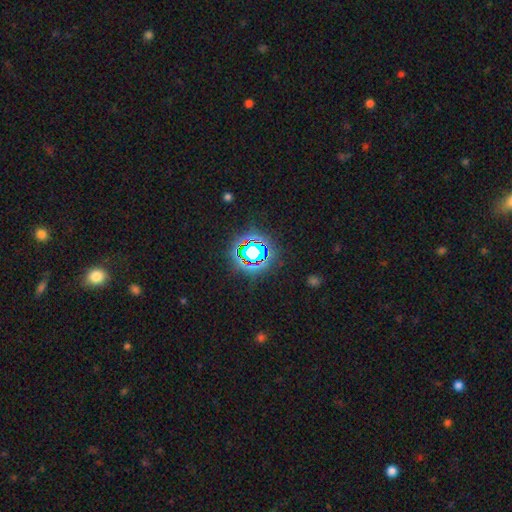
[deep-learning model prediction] A star or artifact, not a galaxy (76%).